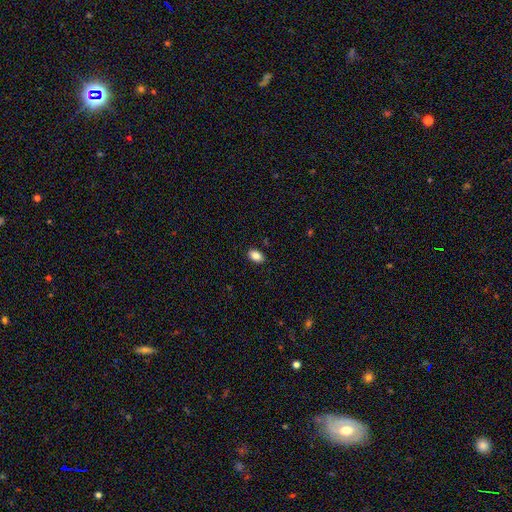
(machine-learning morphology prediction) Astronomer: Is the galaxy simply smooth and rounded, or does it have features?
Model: smooth — 86%.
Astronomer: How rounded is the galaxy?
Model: in between — 90%.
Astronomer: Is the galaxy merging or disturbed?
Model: none — 88%.